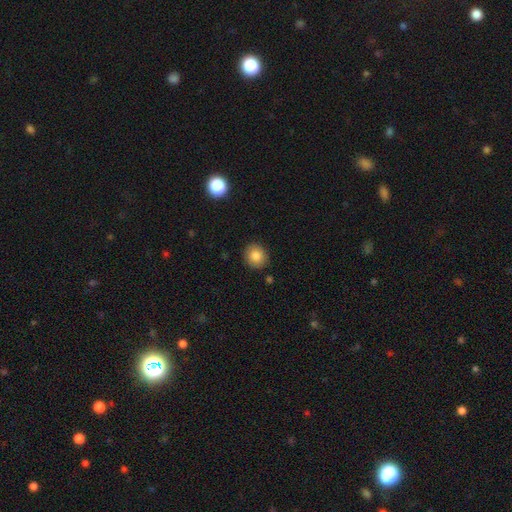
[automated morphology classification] Smooth or featured: smooth — 85% (star or artifact — 9%)
How rounded: round — 84% (in between — 15%)
Merging: none — 88% (minor disturbance — 8%)